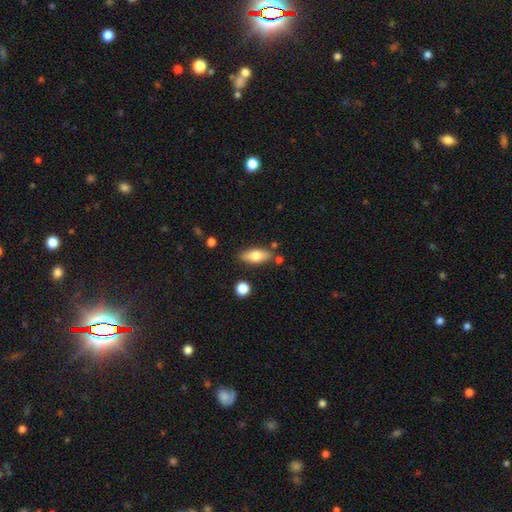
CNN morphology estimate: type=smooth (71%); roundness=in between (74%); merging=none (80%).